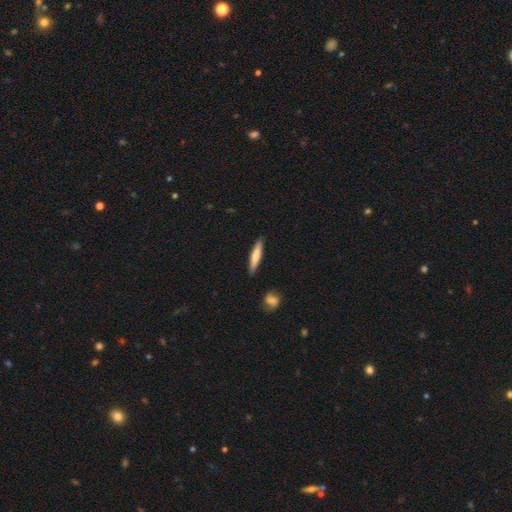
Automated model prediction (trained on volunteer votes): Smooth or featured?
  - smooth: 67% *
  - featured or disk: 28%
  - star or artifact: 6%
How rounded?
  - cigar-shaped: 90% *
  - in between: 9%
  - round: 2%
Merging?
  - none: 88% *
  - minor disturbance: 8%
  - merger: 2%
  - major disturbance: 2%